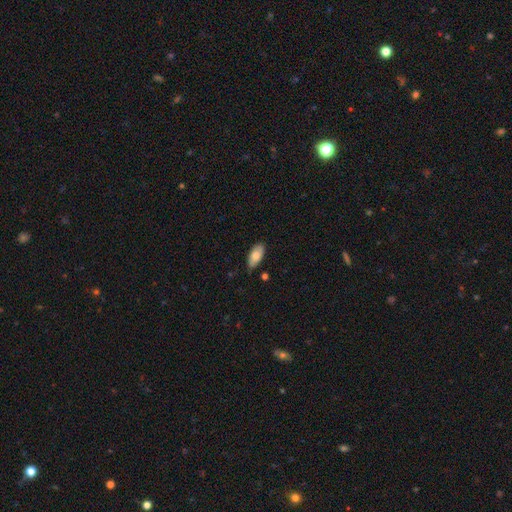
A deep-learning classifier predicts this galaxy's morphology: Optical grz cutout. It shows a smooth galaxy with no disk features (77%) that is in between round and cigar-shaped (91%). Merging: none (80%).